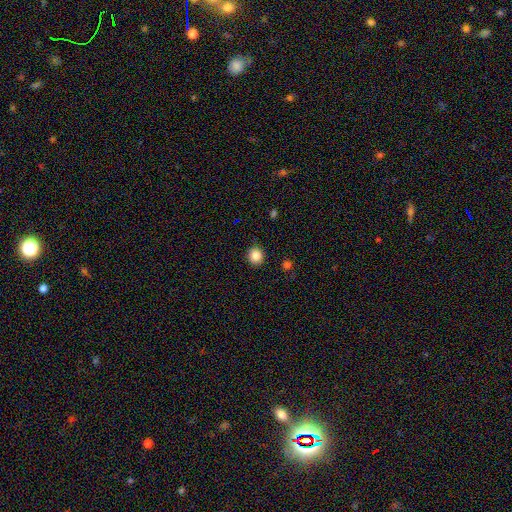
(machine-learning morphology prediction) The model was most divided on "how rounded": round: 86%, in between: 13%, cigar-shaped: 1%. More confident: merging — none (91%); smooth or featured — smooth (86%).